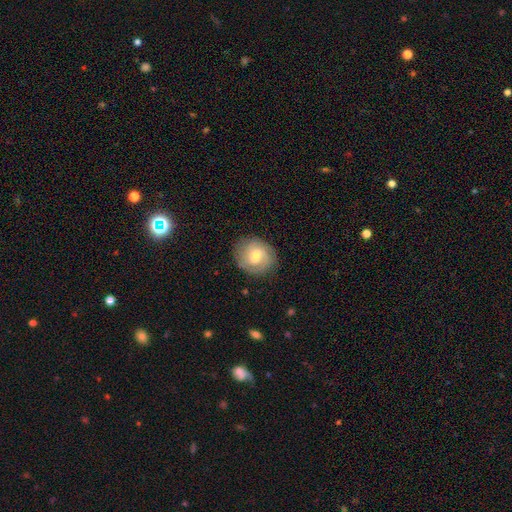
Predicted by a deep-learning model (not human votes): Overall: featured or disk (58%; smooth 35%). Edge-on disk: no (97%). Bar: weak (50%; no 41%). Spiral arms: yes (88%). Bulge size: moderate (52%; small 39%). Merging: none (81%).